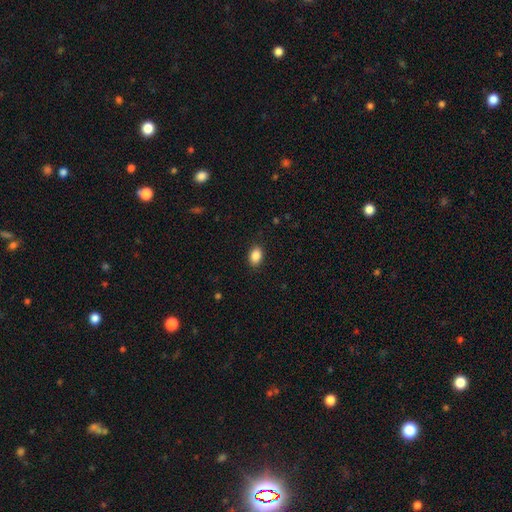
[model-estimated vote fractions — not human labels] smooth-or-featured: smooth: 88% | star or artifact: 8% | featured or disk: 4%
  how-rounded: in between: 82% | round: 17% | cigar-shaped: 1%
  merging: none: 89% | minor disturbance: 8% | major disturbance: 2% | merger: 1%